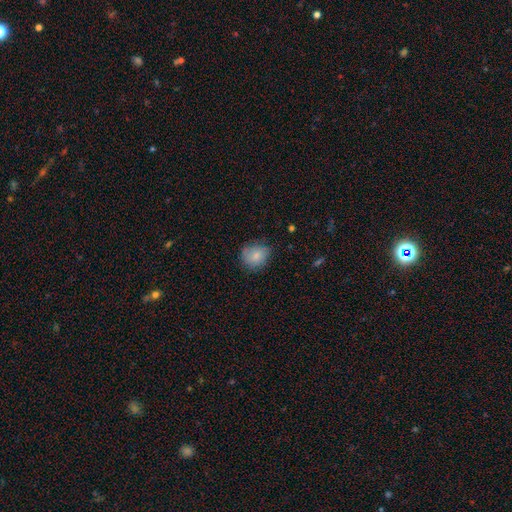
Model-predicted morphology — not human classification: A smooth galaxy with no disk features (80%) that is round (67%).

Vote fractions:
- Smooth or featured? smooth: 80% / featured or disk: 12% / star or artifact: 8%
- How rounded? round: 67% / in between: 32% / cigar-shaped: 1%
- Merging? none: 68% / minor disturbance: 25% / major disturbance: 6% / merger: 1%